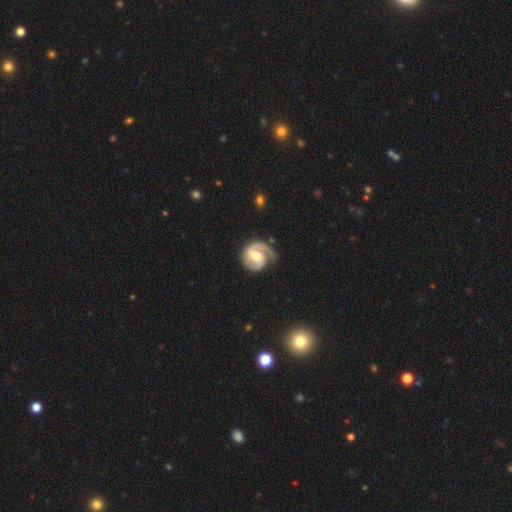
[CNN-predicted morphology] Q: Smooth or featured?
A: featured or disk (86%); runner-up: smooth (10%)
Q: Edge-on disk?
A: no (98%); runner-up: yes (2%)
Q: Bar?
A: weak (51%); runner-up: no (25%)
Q: Spiral arms?
A: yes (97%); runner-up: no (3%)
Q: Spiral winding?
A: medium (44%); runner-up: tight (41%)
Q: Spiral arm count?
A: 2 (65%); runner-up: 1 (27%)
Q: Bulge size?
A: moderate (59%); runner-up: small (32%)
Q: Merging?
A: none (66%); runner-up: minor disturbance (21%)